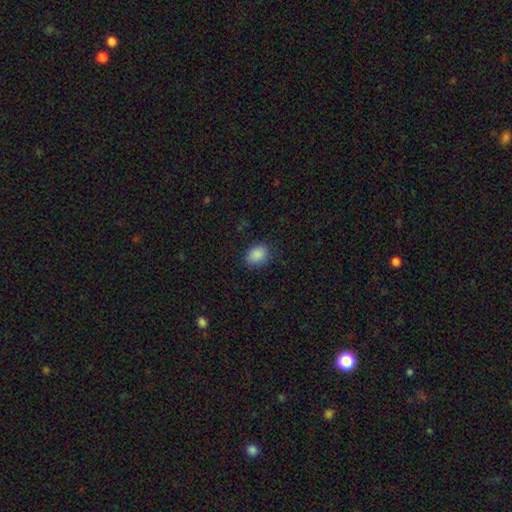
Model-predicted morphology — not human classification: Smooth or featured? Predicted: smooth (p=0.88). How rounded? Predicted: in between (p=0.66). Merging? Predicted: none (p=0.83).